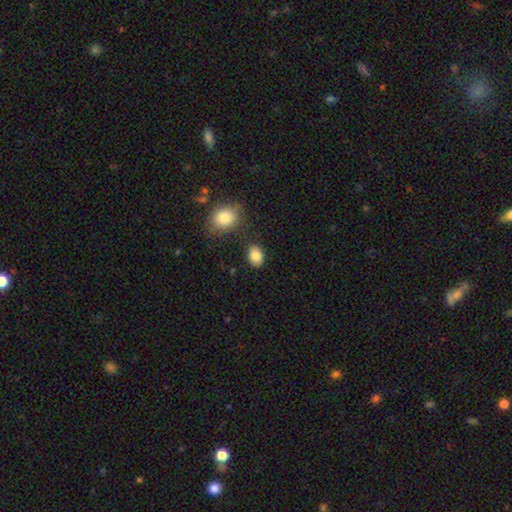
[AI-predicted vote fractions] This is clearly a smooth galaxy (86%). How rounded: likely in between (74%). Merging: clearly none (81%).